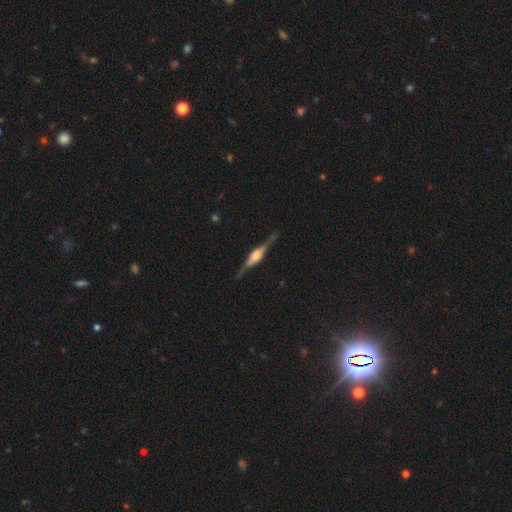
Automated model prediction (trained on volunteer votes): Smooth or featured? Predicted: featured or disk (p=0.80). Edge-on disk? Predicted: yes (p=0.97). Edge-on bulge? Predicted: rounded (p=0.66). Merging? Predicted: none (p=0.84).